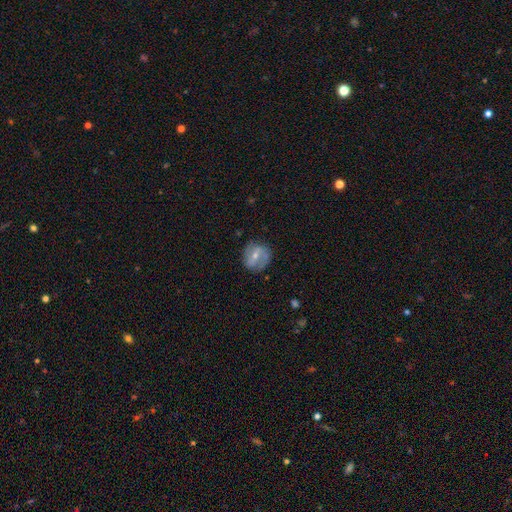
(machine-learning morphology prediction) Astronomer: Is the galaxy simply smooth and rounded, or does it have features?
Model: featured or disk — 62%.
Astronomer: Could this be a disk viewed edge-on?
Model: no — 96%.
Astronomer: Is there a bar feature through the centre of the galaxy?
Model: weak — 44% (runner-up: strong, 30%).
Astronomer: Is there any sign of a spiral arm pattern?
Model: yes — 75%.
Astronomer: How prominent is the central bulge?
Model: moderate — 49% (runner-up: small, 47%).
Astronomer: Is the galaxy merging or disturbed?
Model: none — 76%.